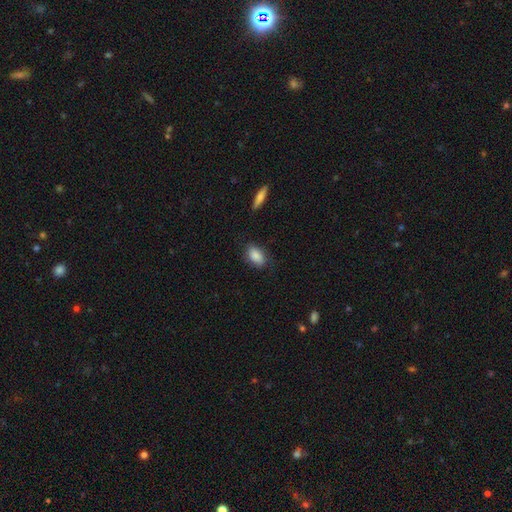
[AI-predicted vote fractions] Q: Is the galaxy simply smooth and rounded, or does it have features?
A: smooth — 87%.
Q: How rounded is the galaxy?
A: in between — 90%.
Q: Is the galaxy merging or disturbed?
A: none — 75%.